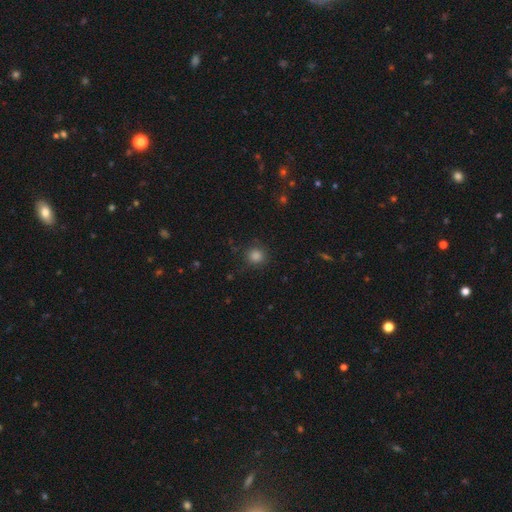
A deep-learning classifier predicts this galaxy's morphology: Smooth or featured?
  - smooth: 82% *
  - star or artifact: 15%
  - featured or disk: 4%
How rounded?
  - round: 93% *
  - in between: 6%
  - cigar-shaped: 1%
Merging?
  - none: 87% *
  - minor disturbance: 8%
  - major disturbance: 3%
  - merger: 1%